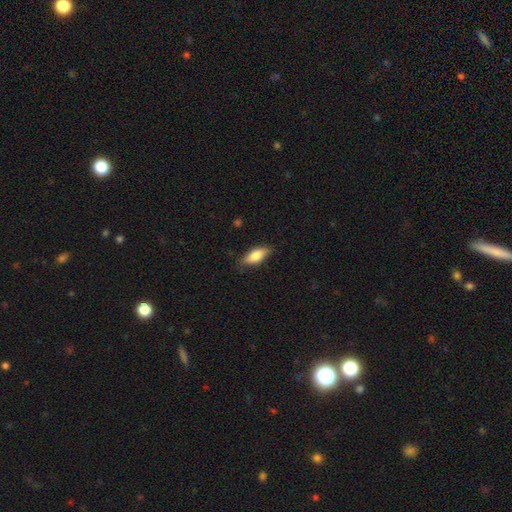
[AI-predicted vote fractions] This is likely a smooth galaxy (74%). How rounded: likely in between (74%). Merging: clearly none (82%).